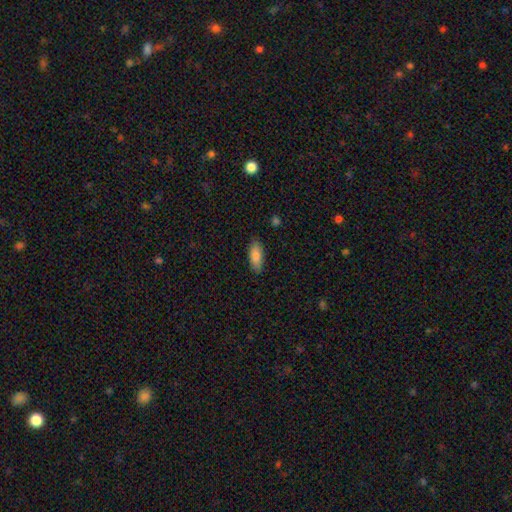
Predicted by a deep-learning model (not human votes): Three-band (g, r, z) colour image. It shows a smooth galaxy with no disk features (84%) that is in between round and cigar-shaped (75%). Merging: none (86%).